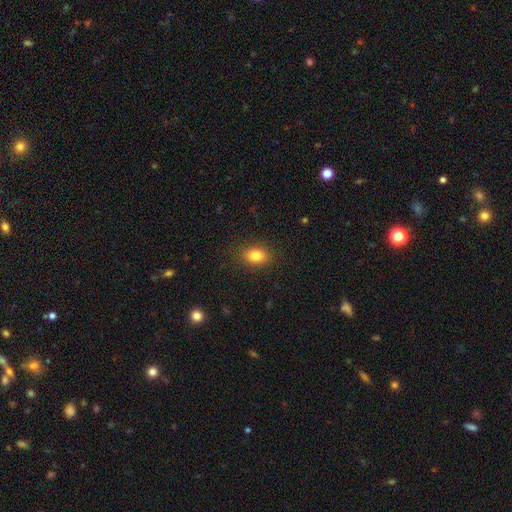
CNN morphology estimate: smooth 82%, star or artifact 10%, featured or disk 8%. Down the decision tree: how rounded — in between (75%); merging — none (87%).